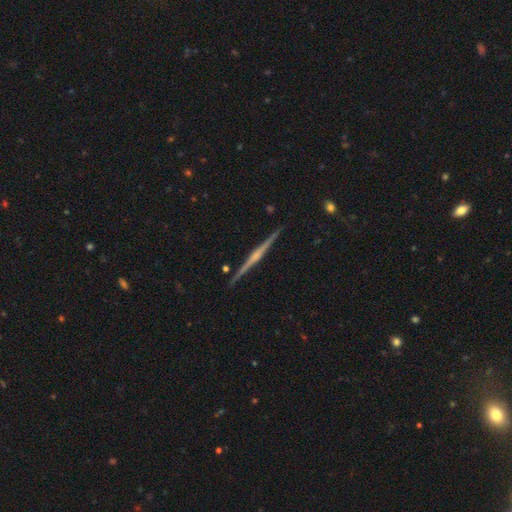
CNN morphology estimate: Smooth or featured? featured or disk (83%)
Edge-on disk? yes (99%)
Edge-on bulge? rounded (64%)
Merging? none (92%)